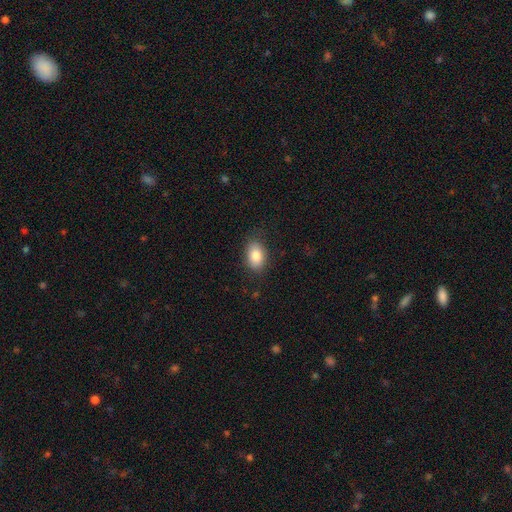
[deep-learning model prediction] A smooth galaxy with no disk features (84%) that is in between round and cigar-shaped (84%).

Vote fractions:
- Smooth or featured? smooth: 84% / featured or disk: 8% / star or artifact: 8%
- How rounded? in between: 84% / round: 15% / cigar-shaped: 1%
- Merging? none: 83% / minor disturbance: 13% / major disturbance: 4% / merger: 1%